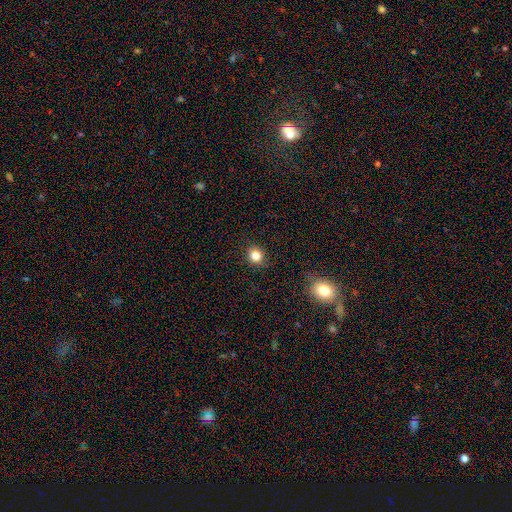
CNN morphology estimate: smooth_or_featured: smooth (p=0.82) [alt: star or artifact p=0.12]
how_rounded: round (p=0.81) [alt: in between p=0.18]
merging: none (p=0.90) [alt: minor disturbance p=0.07]